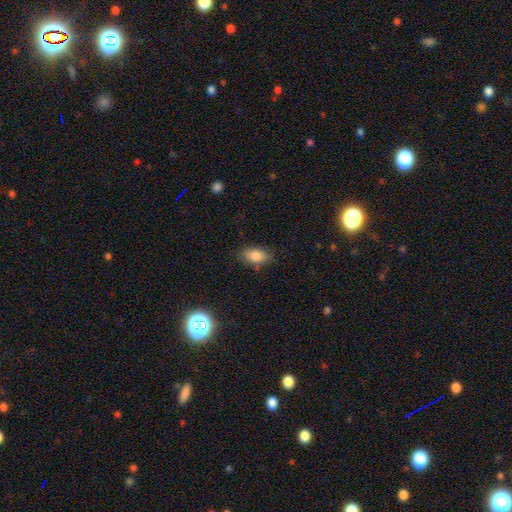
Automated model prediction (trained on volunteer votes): Q: Smooth or featured?
A: smooth (83%); runner-up: star or artifact (9%)
Q: How rounded?
A: in between (88%); runner-up: round (8%)
Q: Merging?
A: none (80%); runner-up: minor disturbance (16%)